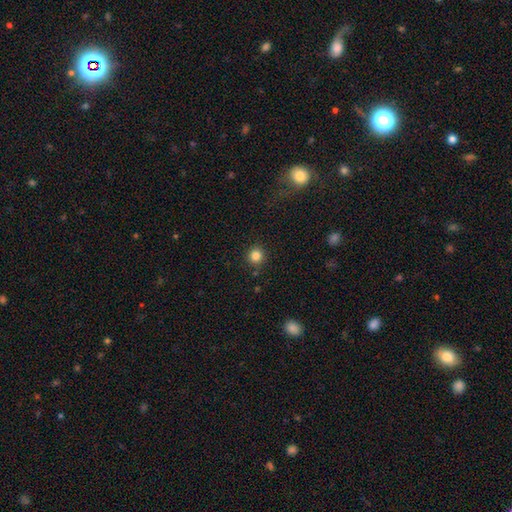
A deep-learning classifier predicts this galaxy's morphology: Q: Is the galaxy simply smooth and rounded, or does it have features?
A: smooth — 83%.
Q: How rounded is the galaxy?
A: round — 94%.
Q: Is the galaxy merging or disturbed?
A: none — 90%.